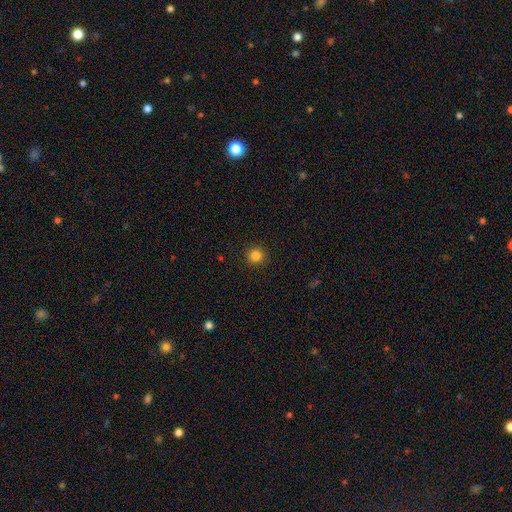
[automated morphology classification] A smooth galaxy with no disk features (84%) that is round (95%).

Vote fractions:
- Smooth or featured? smooth: 84% / star or artifact: 12% / featured or disk: 4%
- How rounded? round: 95% / in between: 4% / cigar-shaped: 1%
- Merging? none: 92% / minor disturbance: 5% / major disturbance: 2% / merger: 1%